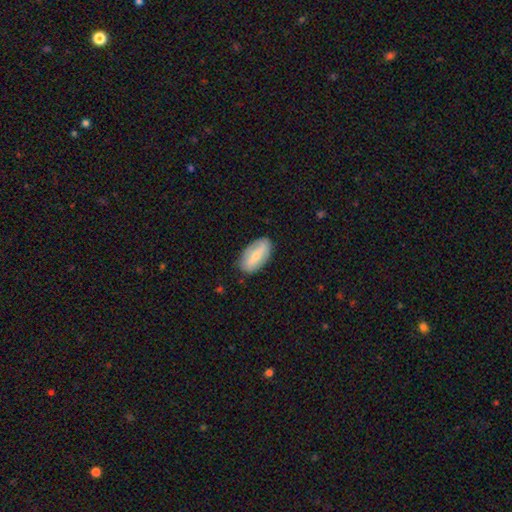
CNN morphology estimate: Smooth or featured?
  - smooth: 62% *
  - featured or disk: 32%
  - star or artifact: 6%
How rounded?
  - in between: 90% *
  - cigar-shaped: 7%
  - round: 3%
Merging?
  - none: 82% *
  - minor disturbance: 14%
  - major disturbance: 3%
  - merger: 1%